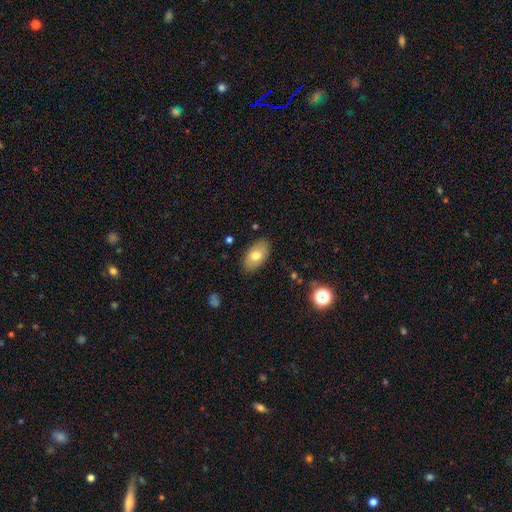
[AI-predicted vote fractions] smooth-or-featured: smooth: 73% | featured or disk: 19% | star or artifact: 7%
  how-rounded: in between: 93% | round: 5% | cigar-shaped: 2%
  merging: none: 85% | minor disturbance: 11% | major disturbance: 2% | merger: 1%